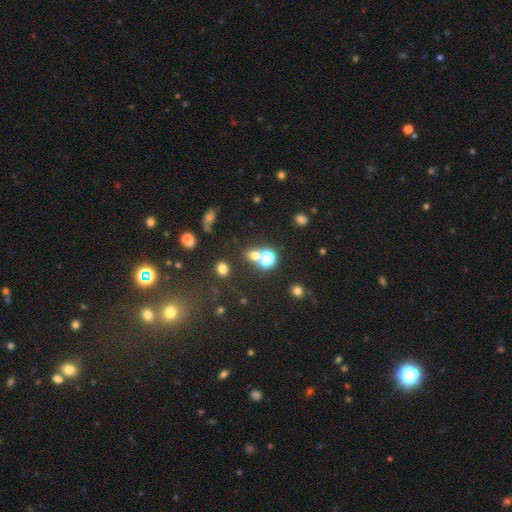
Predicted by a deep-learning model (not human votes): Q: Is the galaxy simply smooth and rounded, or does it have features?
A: smooth — 55%.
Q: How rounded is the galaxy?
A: round — 73%.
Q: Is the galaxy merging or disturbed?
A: none — 60%.